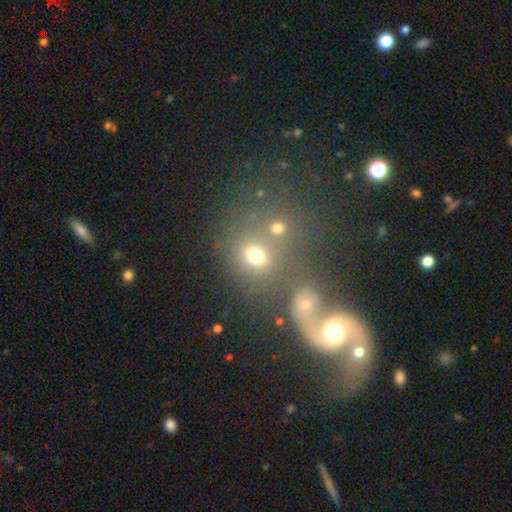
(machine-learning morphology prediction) A smooth galaxy with no disk features (70%) that is round (68%). Merging: none (53%).